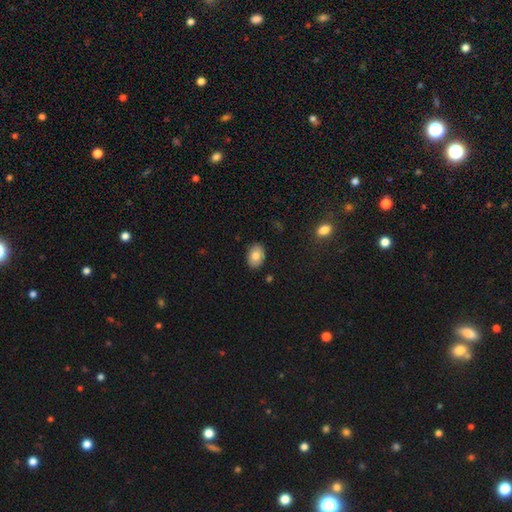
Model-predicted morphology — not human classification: smooth_or_featured: smooth (p=0.79) [alt: featured or disk p=0.13]
how_rounded: in between (p=0.78) [alt: round p=0.21]
merging: none (p=0.88) [alt: minor disturbance p=0.09]